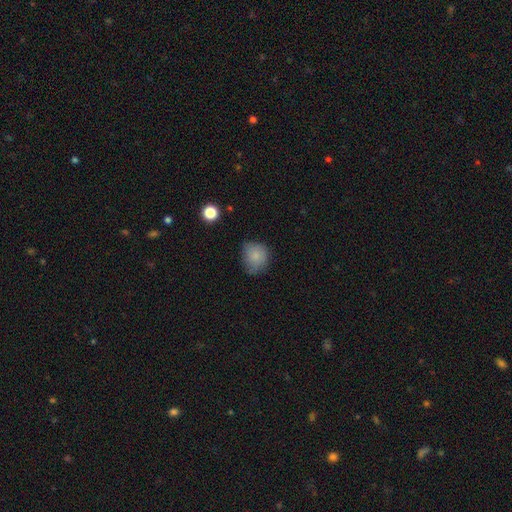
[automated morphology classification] smooth 81%, featured or disk 10%, star or artifact 9%. Down the decision tree: how rounded — round (74%); merging — none (61%).